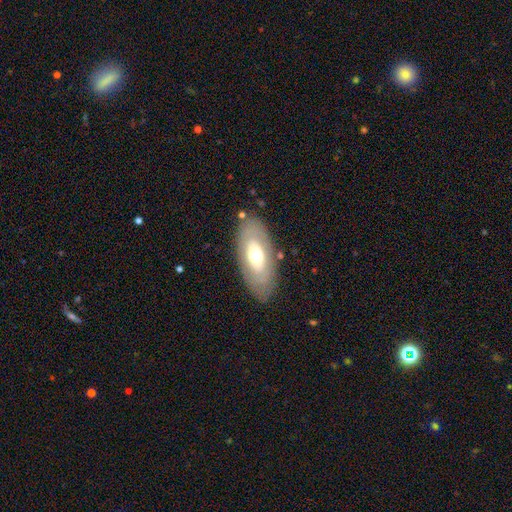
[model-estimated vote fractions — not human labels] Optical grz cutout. It shows a smooth galaxy with no disk features (48%). Merging: none (82%).